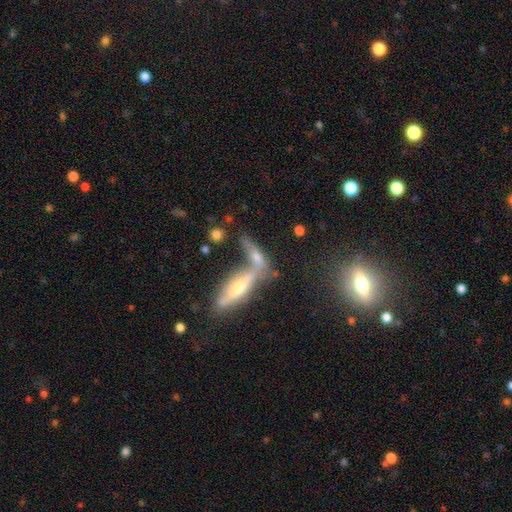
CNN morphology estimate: This appears to be a smooth galaxy with no disk features (48%). Merging: merger (50%).